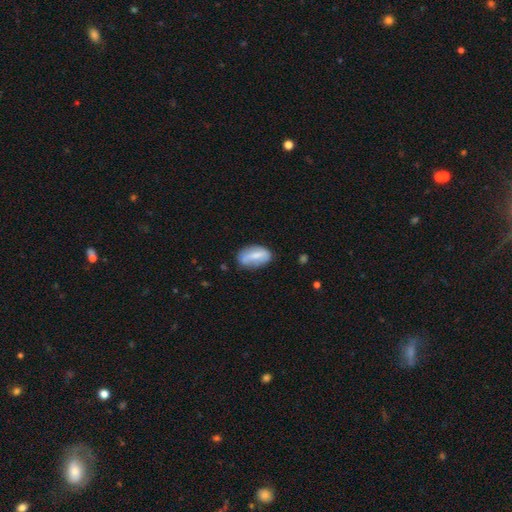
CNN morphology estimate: Smooth or featured?
  - smooth: 61% *
  - featured or disk: 32%
  - star or artifact: 7%
How rounded?
  - in between: 89% *
  - cigar-shaped: 6%
  - round: 4%
Merging?
  - none: 63% *
  - minor disturbance: 27%
  - major disturbance: 8%
  - merger: 3%